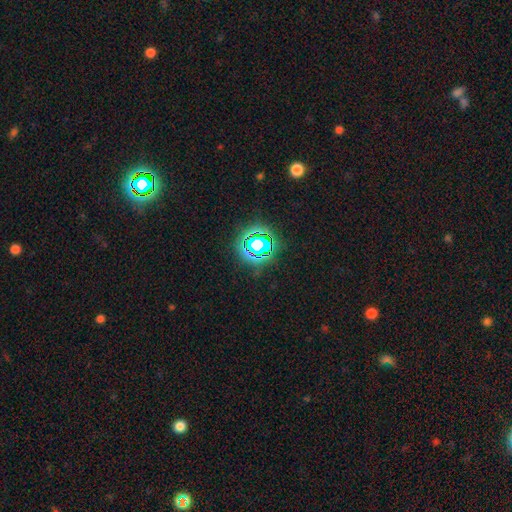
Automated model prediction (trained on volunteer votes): The model was most divided on "smooth or featured": star or artifact: 79%, smooth: 14%, featured or disk: 7%.